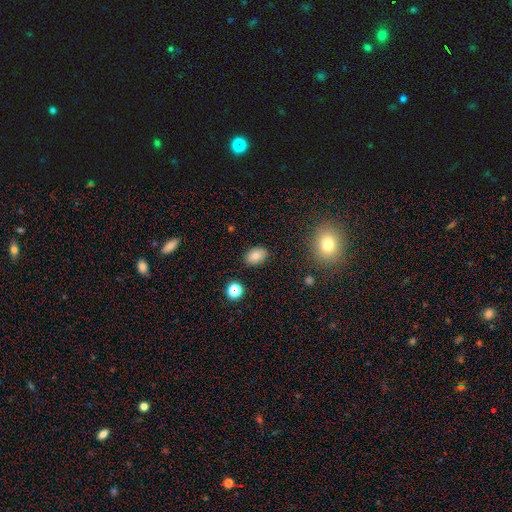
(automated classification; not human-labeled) Overall: smooth (80%). How rounded: in between (80%). Merging: none (86%).